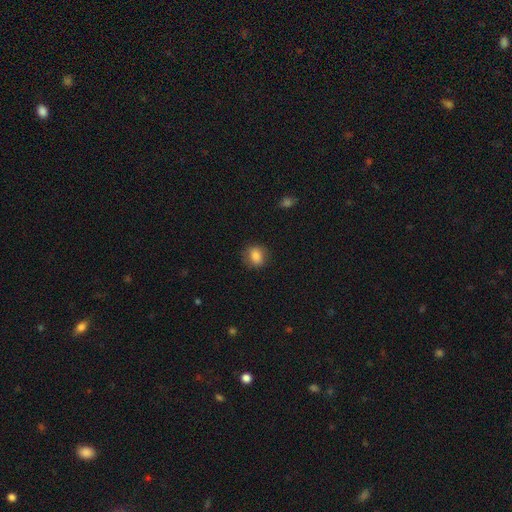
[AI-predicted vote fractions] smooth_or_featured: smooth (p=0.83) [alt: star or artifact p=0.09]
how_rounded: round (p=0.60) [alt: in between p=0.39]
merging: none (p=0.79) [alt: minor disturbance p=0.15]